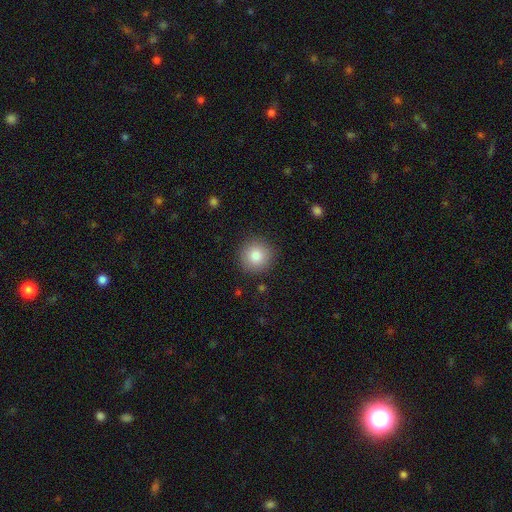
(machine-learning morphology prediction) smooth_or_featured: smooth (p=0.85) [alt: star or artifact p=0.09]
how_rounded: round (p=0.94) [alt: in between p=0.05]
merging: none (p=0.89) [alt: minor disturbance p=0.07]